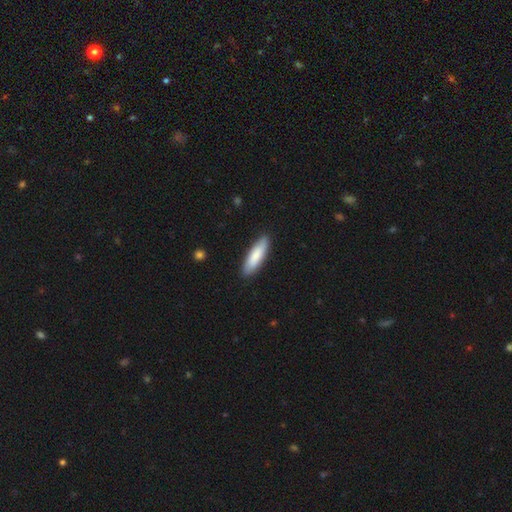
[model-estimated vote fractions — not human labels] smooth 83%, featured or disk 13%, star or artifact 5%. Down the decision tree: how rounded — cigar-shaped (62%); merging — none (88%).